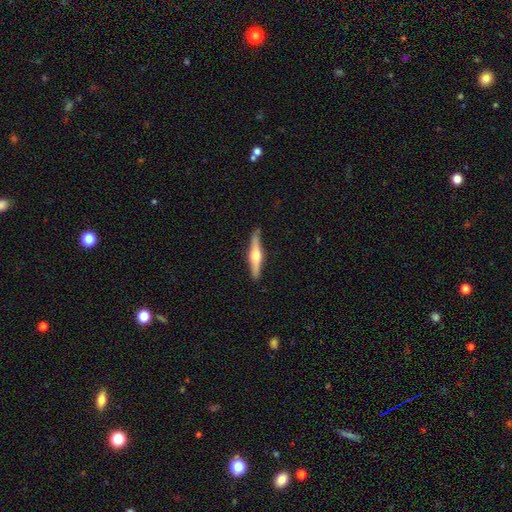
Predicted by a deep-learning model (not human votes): This is likely a featured or disk galaxy (68%). It is clearly viewed edge-on (97%). Edge-on bulge: clearly rounded (92%). Merging: clearly none (88%).